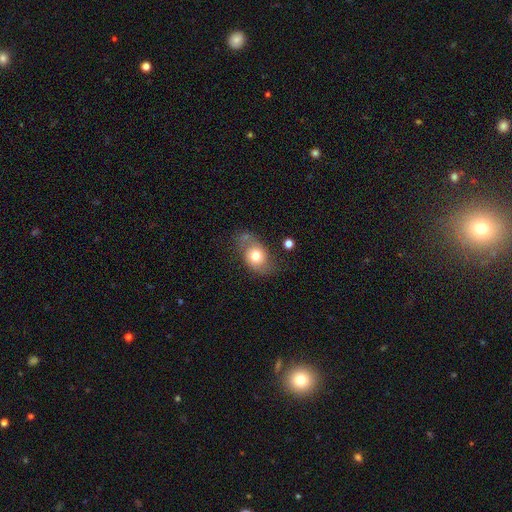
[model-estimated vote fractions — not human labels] The model was most divided on "smooth or featured": smooth: 55%, featured or disk: 36%, star or artifact: 9%. More confident: how rounded — in between (63%); merging — none (53%).